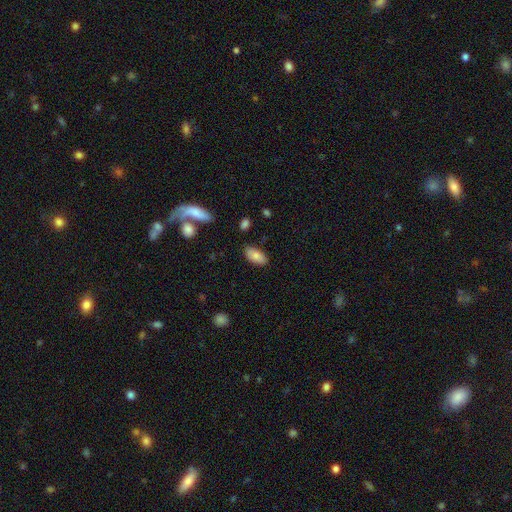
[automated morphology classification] smooth-or-featured: smooth: 81% | featured or disk: 12% | star or artifact: 7%
  how-rounded: in between: 92% | cigar-shaped: 6% | round: 3%
  merging: none: 82% | minor disturbance: 13% | major disturbance: 3% | merger: 3%